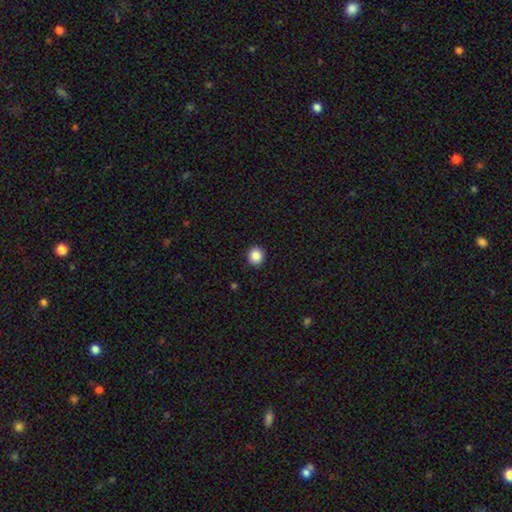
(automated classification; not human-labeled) smooth_or_featured: smooth (p=0.87) [alt: star or artifact p=0.09]
how_rounded: round (p=0.90) [alt: in between p=0.09]
merging: none (p=0.92) [alt: minor disturbance p=0.05]